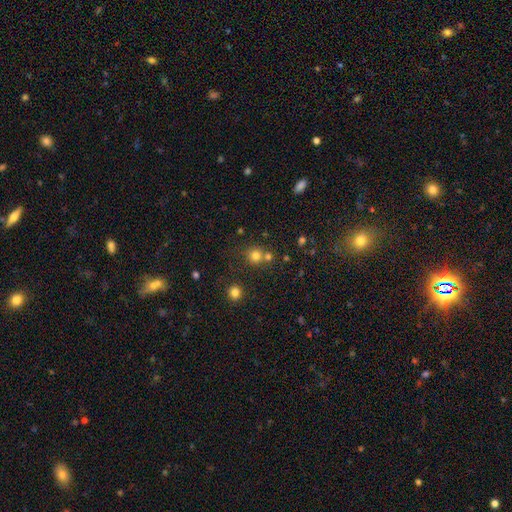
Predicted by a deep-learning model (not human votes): This is likely a smooth galaxy (77%). How rounded: clearly round (90%). Merging: likely none (64%).